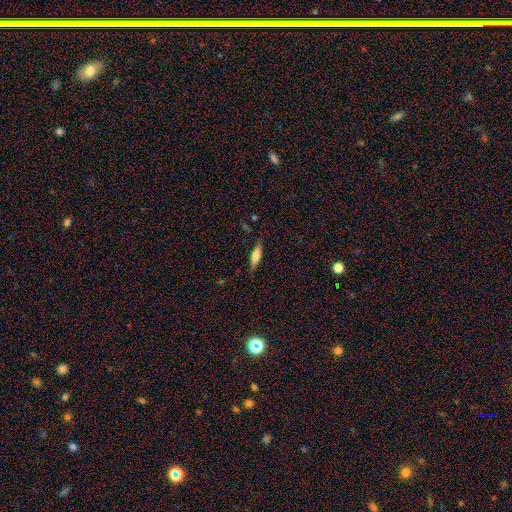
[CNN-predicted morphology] This appears to be a smooth galaxy with no disk features (59%) that is cigar-shaped (60%). Merging: none (83%).